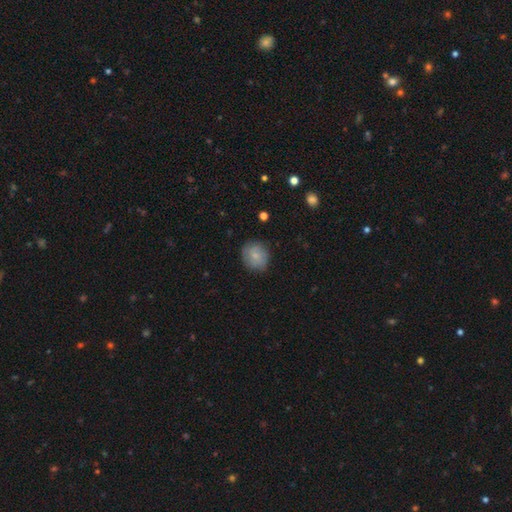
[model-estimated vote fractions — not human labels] This is likely a smooth galaxy (76%). How rounded: likely round (78%). Merging: likely none (80%).